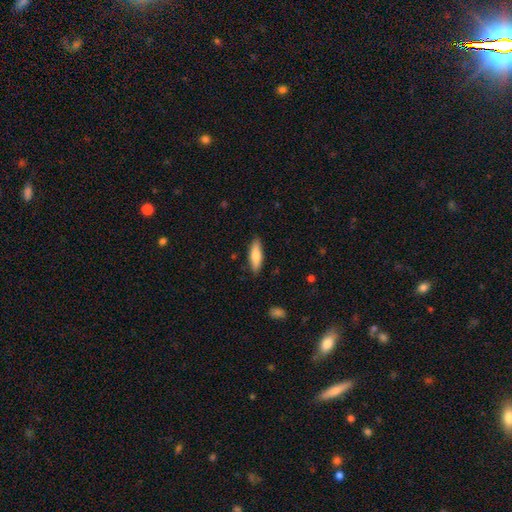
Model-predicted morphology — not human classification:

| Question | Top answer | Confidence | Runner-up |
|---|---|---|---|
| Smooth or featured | smooth | 75% | featured or disk (19%) |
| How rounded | cigar-shaped | 50% | in between (48%) |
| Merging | none | 86% | minor disturbance (10%) |